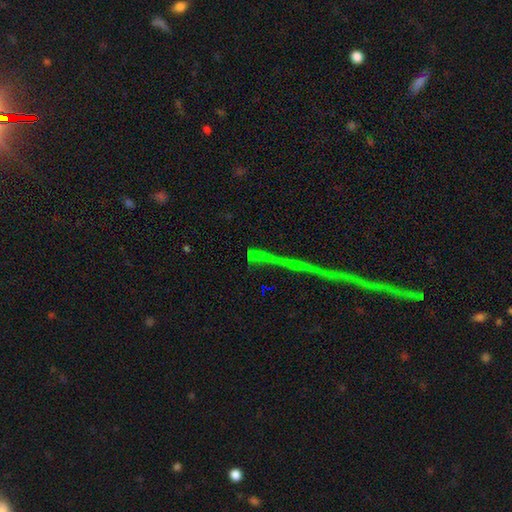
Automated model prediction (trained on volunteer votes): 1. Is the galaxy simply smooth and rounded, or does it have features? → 73% star or artifact, 14% smooth, 13% featured or disk.